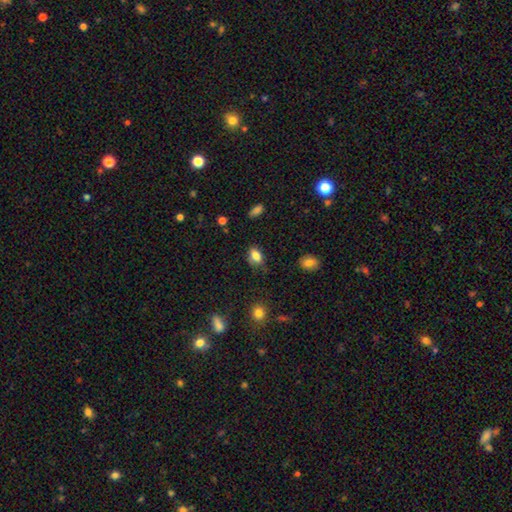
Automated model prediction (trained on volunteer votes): Smooth or featured? smooth (81%)
How rounded? in between (87%)
Merging? none (68%)